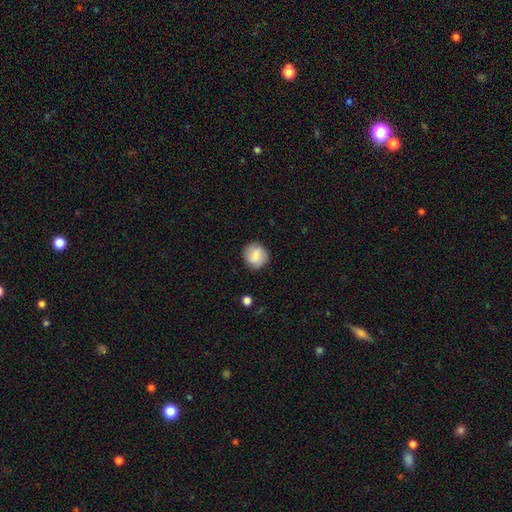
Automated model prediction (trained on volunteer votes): Morphology: type=smooth (76%); roundness=round (91%); merging=none (88%).